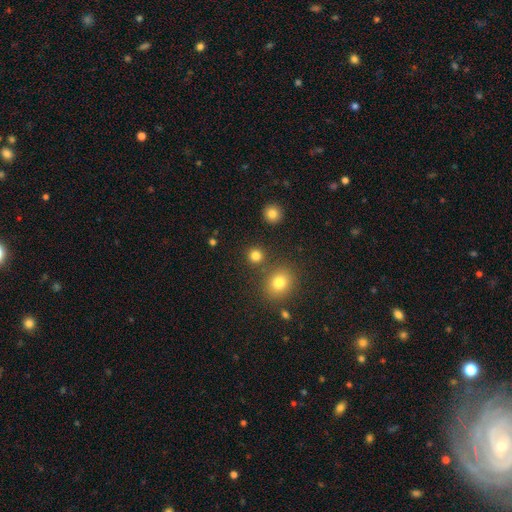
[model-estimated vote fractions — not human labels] Smooth or featured? Predicted: smooth (p=0.81). How rounded? Predicted: round (p=0.91). Merging? Predicted: none (p=0.85).